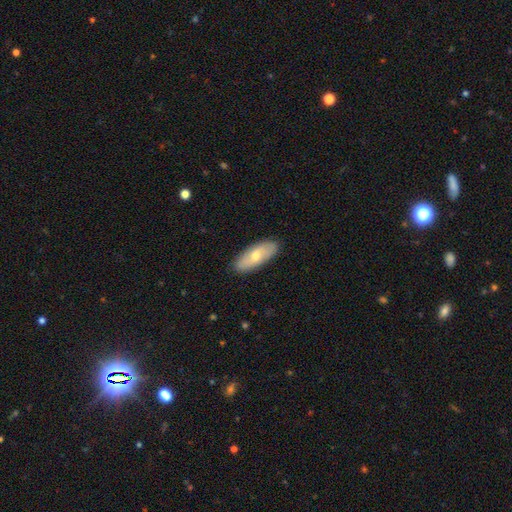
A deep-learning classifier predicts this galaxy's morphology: Smooth or featured: smooth — 58% (featured or disk — 35%)
How rounded: in between — 76% (cigar-shaped — 21%)
Merging: none — 88% (minor disturbance — 9%)